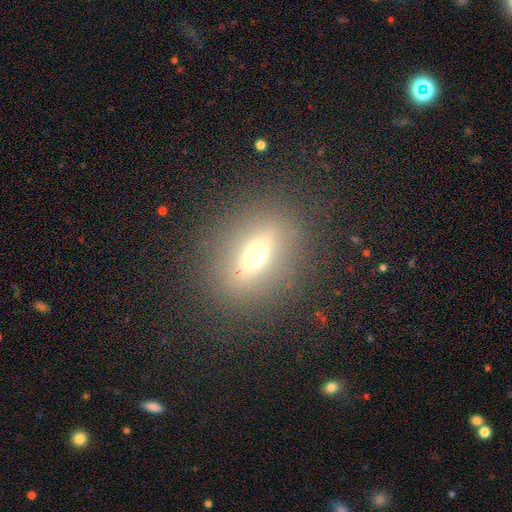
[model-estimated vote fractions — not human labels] The model was most divided on "smooth or featured": smooth: 46%, featured or disk: 39%, star or artifact: 15%. More confident: merging — none (86%).